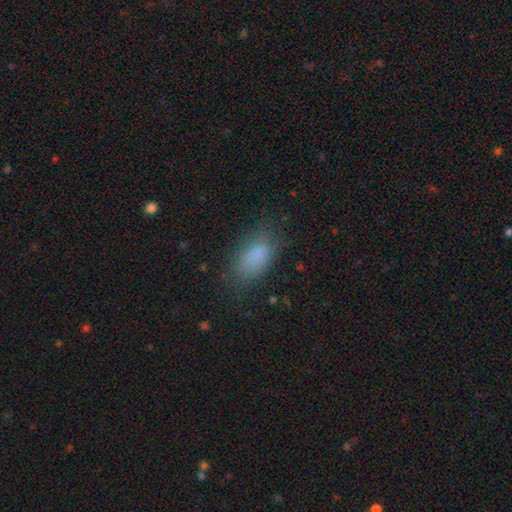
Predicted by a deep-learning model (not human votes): This appears to be a smooth galaxy with no disk features (83%) that is in between round and cigar-shaped (90%). Merging: none (72%).